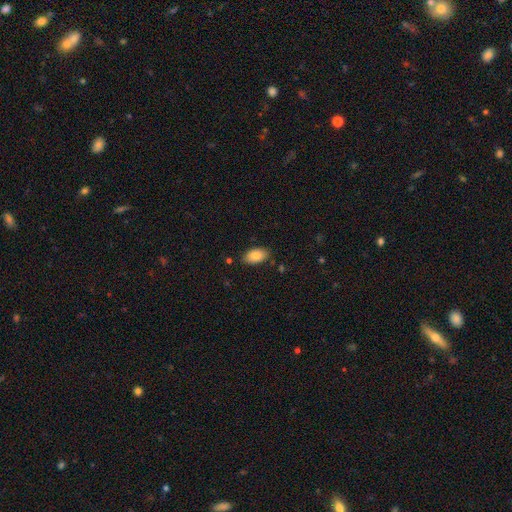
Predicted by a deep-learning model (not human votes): Smooth or featured: smooth — 85% (featured or disk — 8%)
How rounded: in between — 94% (round — 4%)
Merging: none — 82% (minor disturbance — 13%)